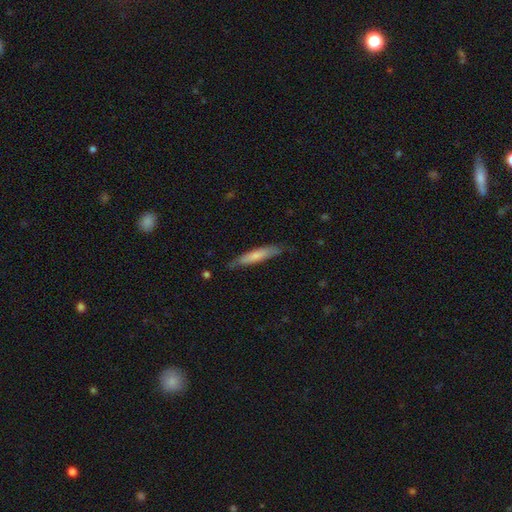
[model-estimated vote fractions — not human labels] smooth 69%, featured or disk 26%, star or artifact 5%. Down the decision tree: how rounded — cigar-shaped (87%); merging — none (79%).